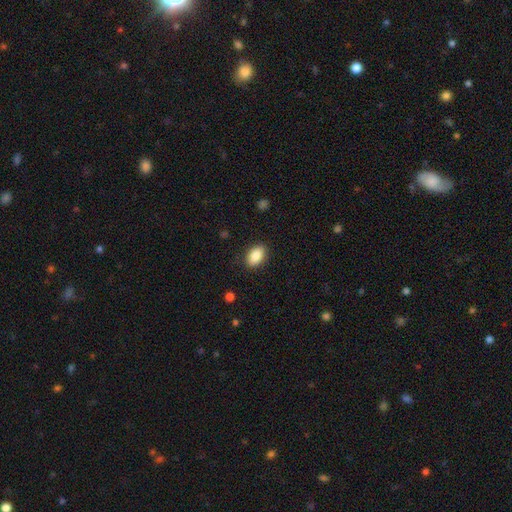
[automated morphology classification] smooth-or-featured: smooth: 88% | star or artifact: 7% | featured or disk: 5%
  how-rounded: in between: 91% | round: 7% | cigar-shaped: 2%
  merging: none: 87% | minor disturbance: 9% | major disturbance: 3% | merger: 1%